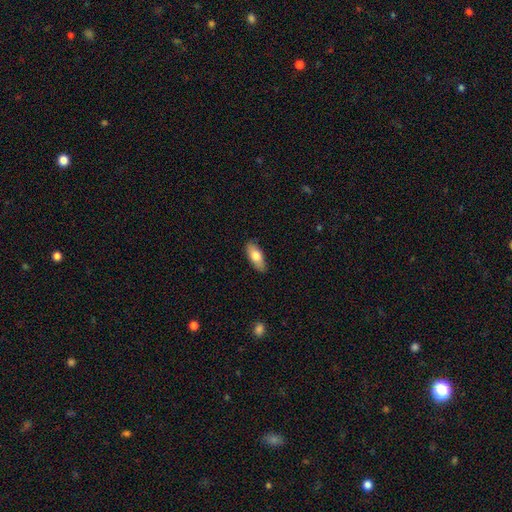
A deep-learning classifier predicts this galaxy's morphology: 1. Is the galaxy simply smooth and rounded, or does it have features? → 76% smooth, 18% featured or disk, 6% star or artifact.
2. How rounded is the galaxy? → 80% in between, 17% cigar-shaped, 3% round.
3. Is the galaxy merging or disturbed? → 87% none, 10% minor disturbance, 2% major disturbance, 1% merger.